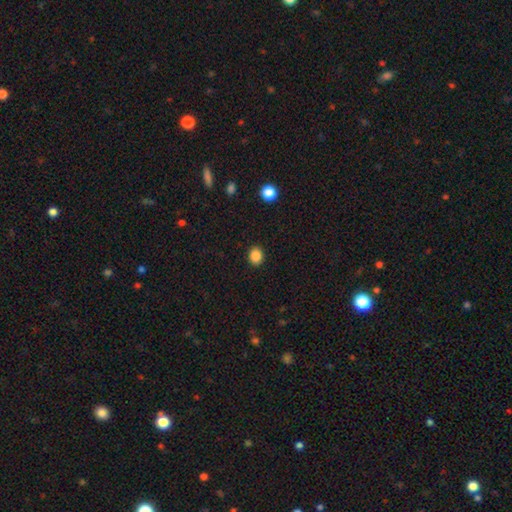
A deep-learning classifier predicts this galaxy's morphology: smooth_or_featured: smooth (p=0.86) [alt: star or artifact p=0.10]
how_rounded: round (p=0.63) [alt: in between p=0.36]
merging: none (p=0.91) [alt: minor disturbance p=0.06]